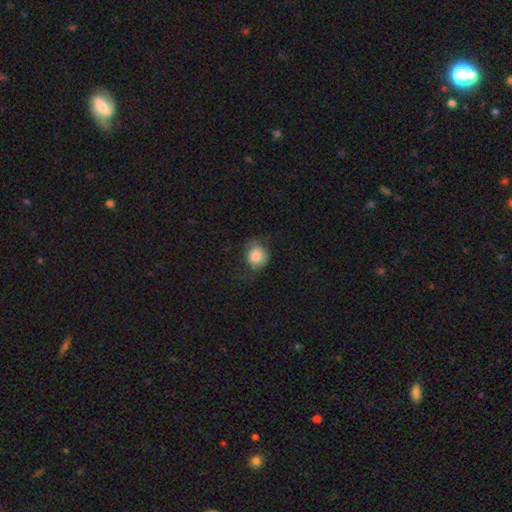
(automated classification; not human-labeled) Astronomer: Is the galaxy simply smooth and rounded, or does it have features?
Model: smooth — 81%.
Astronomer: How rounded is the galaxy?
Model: round — 75%.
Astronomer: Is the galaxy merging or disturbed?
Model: none — 60%.